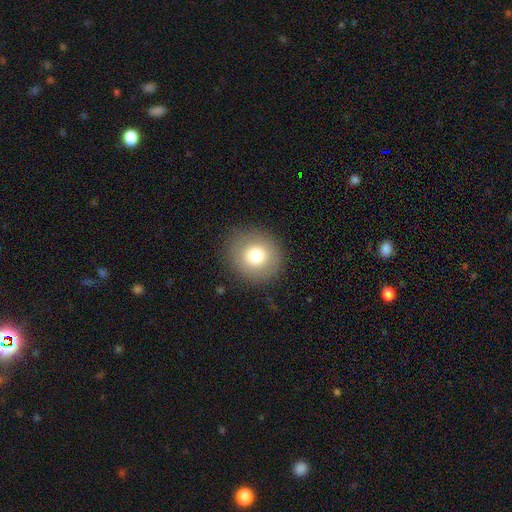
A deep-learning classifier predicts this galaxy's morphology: smooth_or_featured: smooth (p=0.75) [alt: featured or disk p=0.14]
how_rounded: round (p=0.88) [alt: in between p=0.11]
merging: none (p=0.88) [alt: minor disturbance p=0.08]